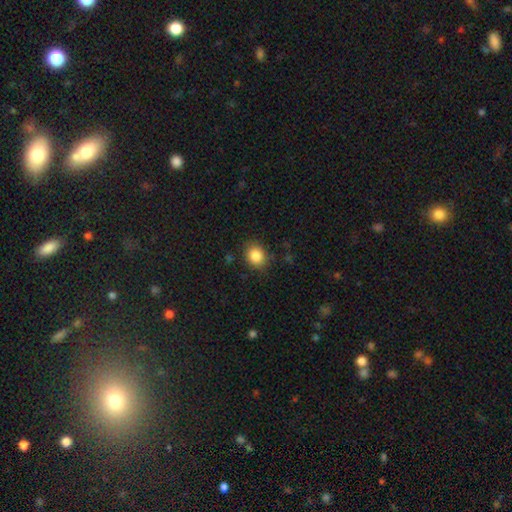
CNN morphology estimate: Smooth or featured? Predicted: smooth (p=0.86). How rounded? Predicted: round (p=0.66). Merging? Predicted: none (p=0.85).